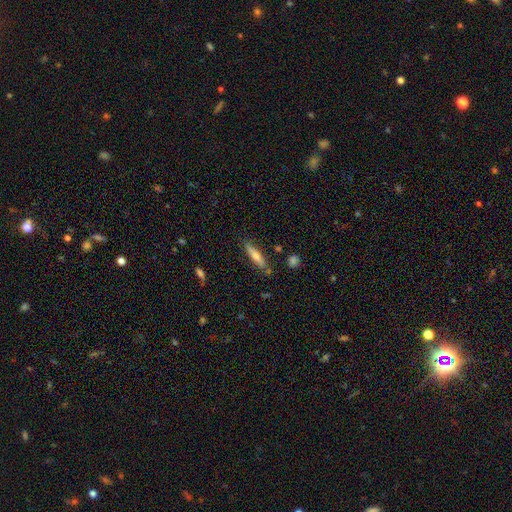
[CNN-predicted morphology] Overall: smooth (57%; featured or disk 36%). How rounded: cigar-shaped (78%). Merging: none (81%).